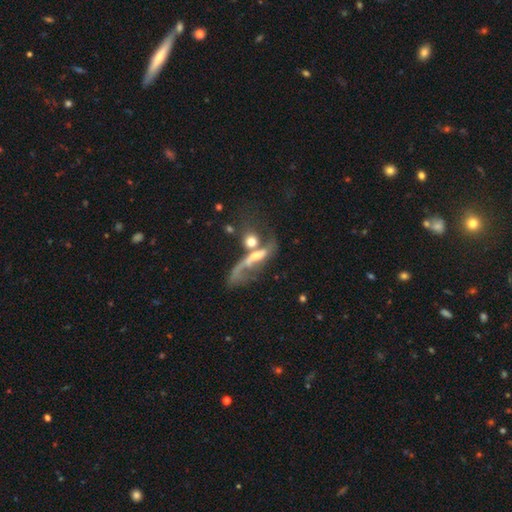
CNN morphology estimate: type=featured or disk (63%); edge-on=no (83%); bar=no (45%); spiral arms=yes (69%); bulge=moderate (43%); merging=merger (46%).